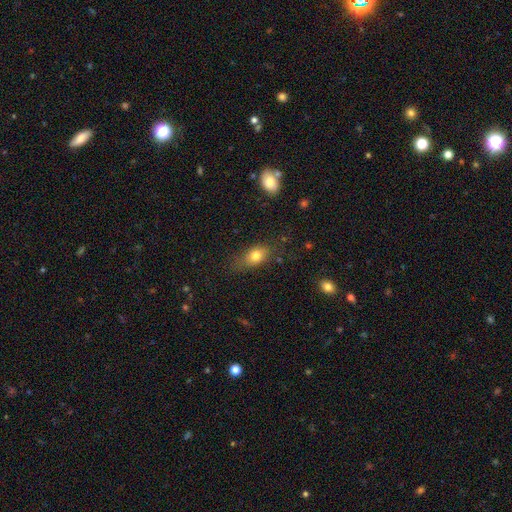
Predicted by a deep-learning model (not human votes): A smooth galaxy with no disk features (76%) that is in between round and cigar-shaped (76%).

Vote fractions:
- Smooth or featured? smooth: 76% / featured or disk: 13% / star or artifact: 11%
- How rounded? in between: 76% / round: 17% / cigar-shaped: 7%
- Merging? none: 68% / minor disturbance: 22% / major disturbance: 8% / merger: 2%